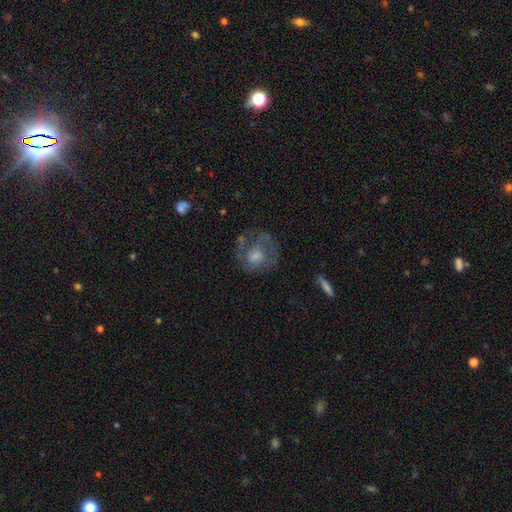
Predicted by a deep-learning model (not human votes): This appears to be a featured or disk galaxy (58%) with no bar (79%), spiral arms (51%) and a moderate central bulge (48%). Merging: none (60%).